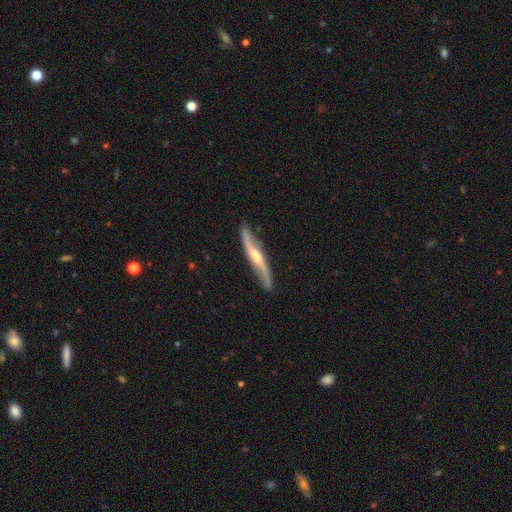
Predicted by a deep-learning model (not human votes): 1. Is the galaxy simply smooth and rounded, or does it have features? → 82% featured or disk, 12% smooth, 5% star or artifact.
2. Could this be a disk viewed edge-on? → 64% yes, 36% no.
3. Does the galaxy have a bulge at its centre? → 84% rounded, 10% none, 6% boxy.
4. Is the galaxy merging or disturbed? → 83% none, 13% minor disturbance, 3% major disturbance, 2% merger.